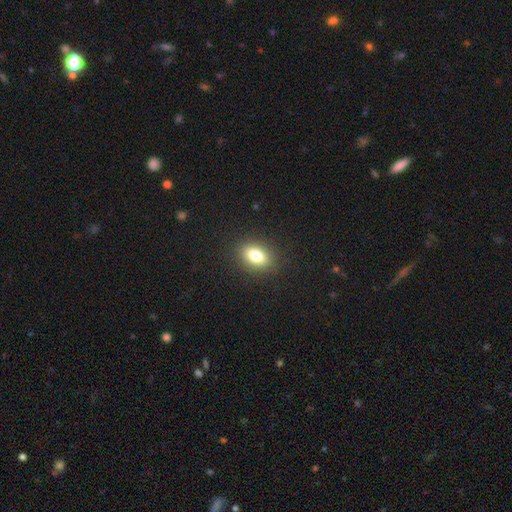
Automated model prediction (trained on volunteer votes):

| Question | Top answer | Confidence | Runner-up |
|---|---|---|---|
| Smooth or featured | smooth | 82% | star or artifact (9%) |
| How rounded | in between | 83% | round (15%) |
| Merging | none | 88% | minor disturbance (9%) |